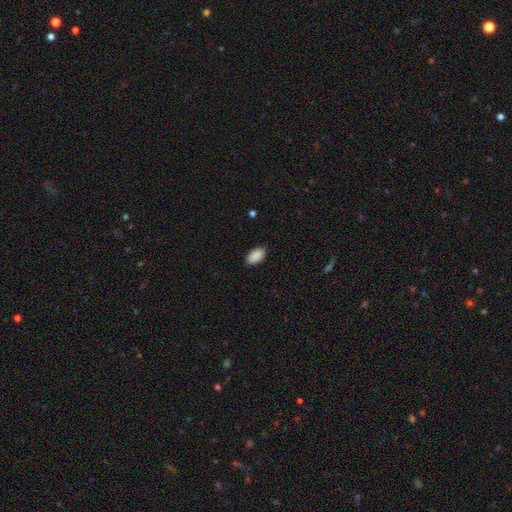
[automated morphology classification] smooth 91%, star or artifact 7%, featured or disk 3%. Down the decision tree: how rounded — in between (95%); merging — none (87%).